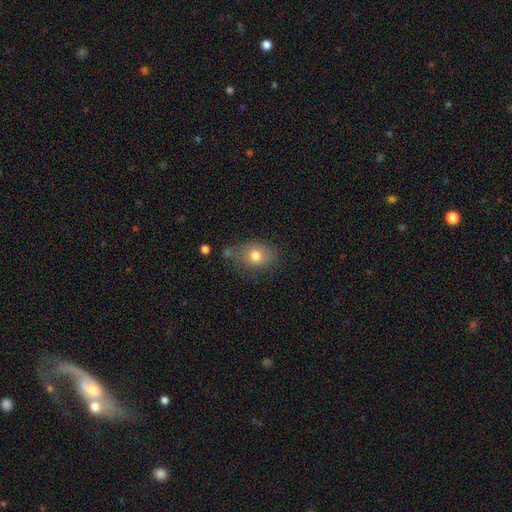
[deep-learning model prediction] This appears to be a smooth galaxy with no disk features (77%) that is in between round and cigar-shaped (55%). Merging: none (59%).